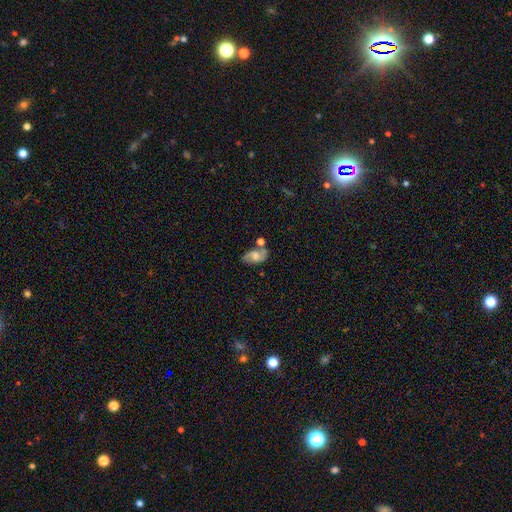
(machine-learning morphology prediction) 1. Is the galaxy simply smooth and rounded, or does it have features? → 52% featured or disk, 39% smooth, 9% star or artifact.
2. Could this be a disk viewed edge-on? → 94% no, 6% yes.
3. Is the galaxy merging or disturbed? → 50% none, 21% merger, 21% minor disturbance, 9% major disturbance.